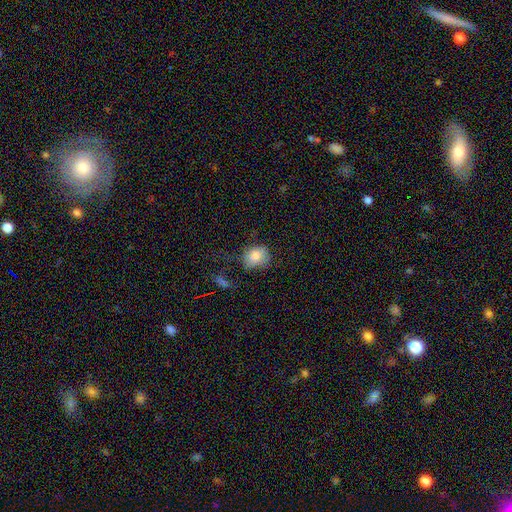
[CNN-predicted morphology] Smooth or featured: smooth — 82% (featured or disk — 9%)
How rounded: round — 60% (in between — 39%)
Merging: none — 56% (minor disturbance — 29%)